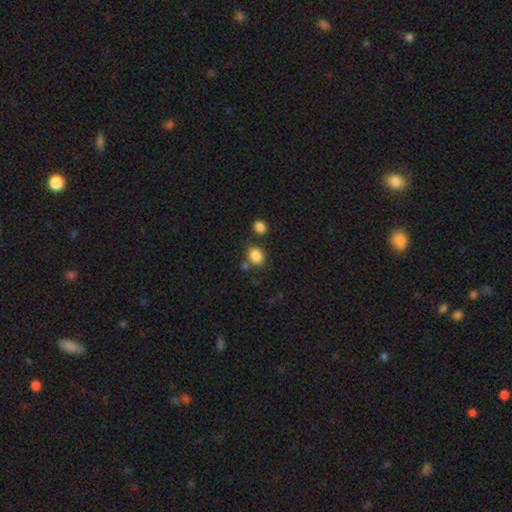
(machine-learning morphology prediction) This appears to be a smooth galaxy with no disk features (85%) that is round (59%). Merging: none (71%).